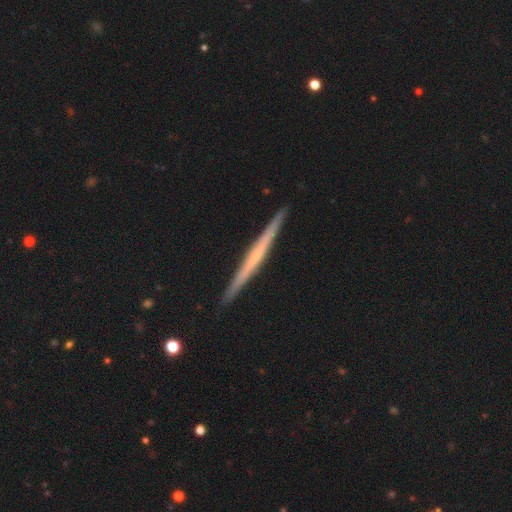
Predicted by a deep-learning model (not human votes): This appears to be a featured or disk galaxy (65%) viewed edge-on (98%) with no central bulge (75%). Merging: none (92%).